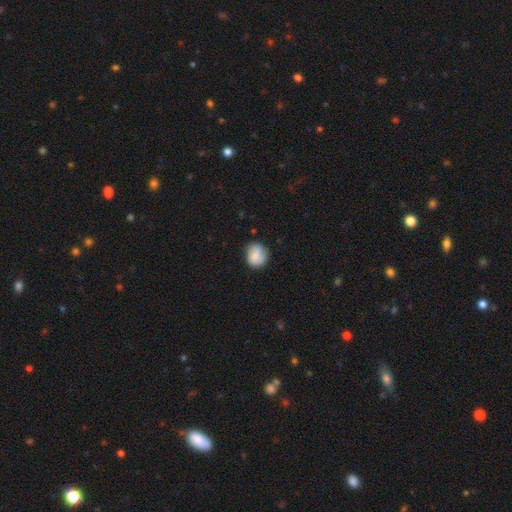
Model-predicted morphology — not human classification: A smooth galaxy with no disk features (79%) that is round (78%).

Vote fractions:
- Smooth or featured? smooth: 79% / featured or disk: 13% / star or artifact: 8%
- How rounded? round: 78% / in between: 21% / cigar-shaped: 1%
- Merging? none: 68% / minor disturbance: 24% / major disturbance: 6% / merger: 2%